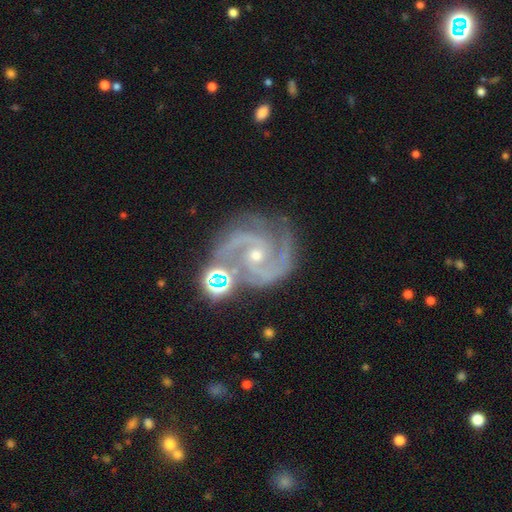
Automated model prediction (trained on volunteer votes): Smooth or featured: featured or disk — 91% (star or artifact — 7%)
Edge-on disk: no — 98% (yes — 2%)
Bar: no — 57% (weak — 32%)
Spiral arms: yes — 99% (no — 1%)
Spiral winding: medium — 53% (tight — 39%)
Spiral arm count: 2 — 69% (3 — 18%)
Bulge size: small — 60% (moderate — 37%)
Merging: none — 68% (minor disturbance — 18%)